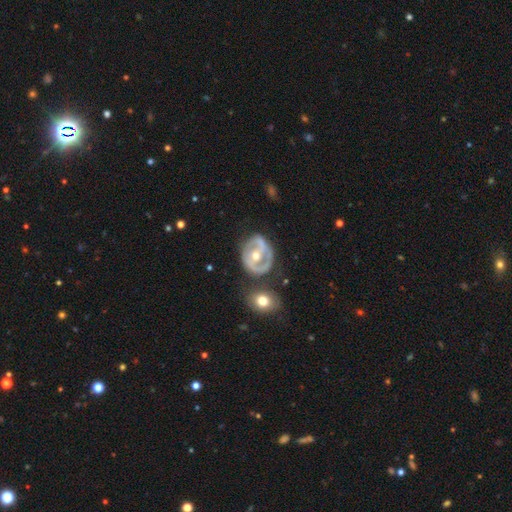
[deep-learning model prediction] This appears to be a featured or disk galaxy (78%) with no bar (42%), spiral arms (61%) and a moderate central bulge (62%). Merging: none (63%).